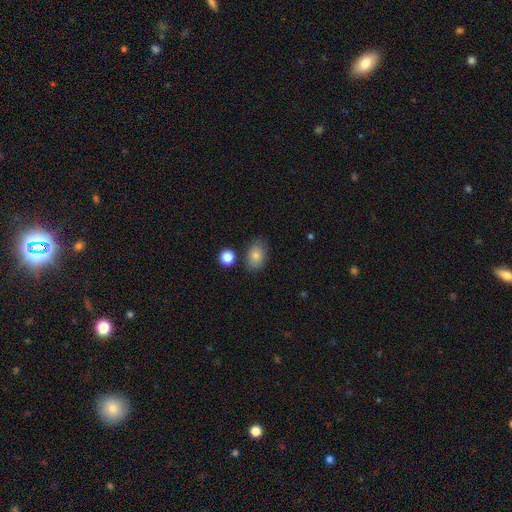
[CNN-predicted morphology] The model was most divided on "merging": none: 75%, minor disturbance: 16%, merger: 4%, major disturbance: 4%. More confident: smooth or featured — smooth (82%); how rounded — in between (81%).